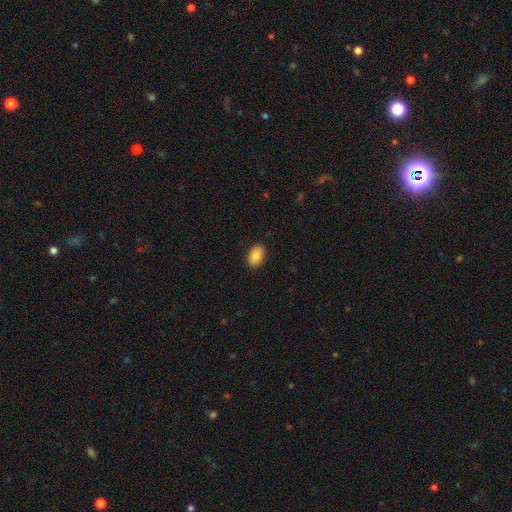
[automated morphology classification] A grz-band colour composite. It shows a smooth galaxy with no disk features (88%) that is in between round and cigar-shaped (89%). Merging: none (90%).